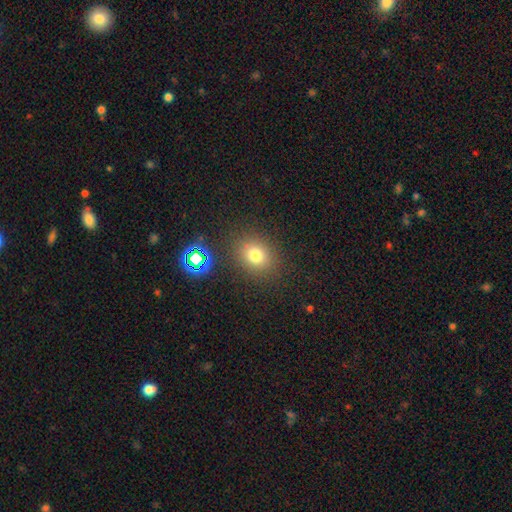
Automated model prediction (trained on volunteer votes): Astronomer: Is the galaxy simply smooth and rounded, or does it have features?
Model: smooth — 73%.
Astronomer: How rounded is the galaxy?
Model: round — 64%.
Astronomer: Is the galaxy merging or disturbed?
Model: none — 87%.